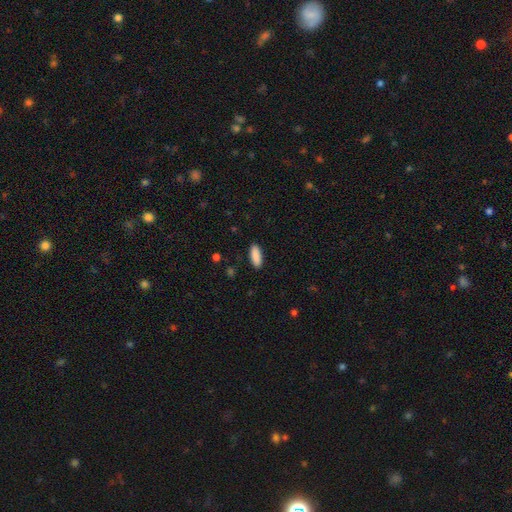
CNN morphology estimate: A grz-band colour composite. It shows a smooth galaxy with no disk features (90%) that is in between round and cigar-shaped (72%). Merging: none (89%).